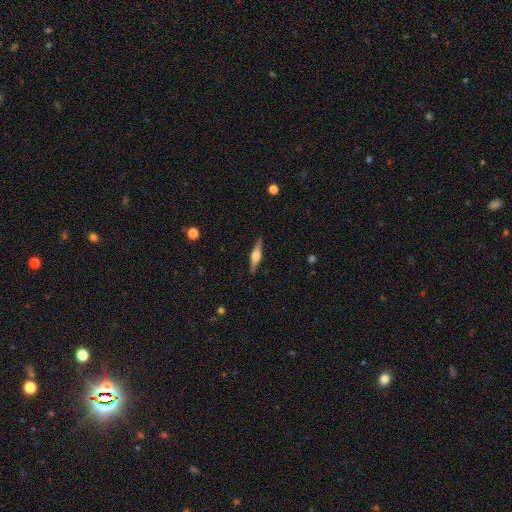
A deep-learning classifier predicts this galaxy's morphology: Smooth or featured?
  - featured or disk: 66% *
  - smooth: 28%
  - star or artifact: 6%
Edge-on disk?
  - yes: 97% *
  - no: 3%
Edge-on bulge?
  - rounded: 88% *
  - boxy: 10%
  - none: 2%
Merging?
  - none: 89% *
  - minor disturbance: 8%
  - major disturbance: 2%
  - merger: 1%